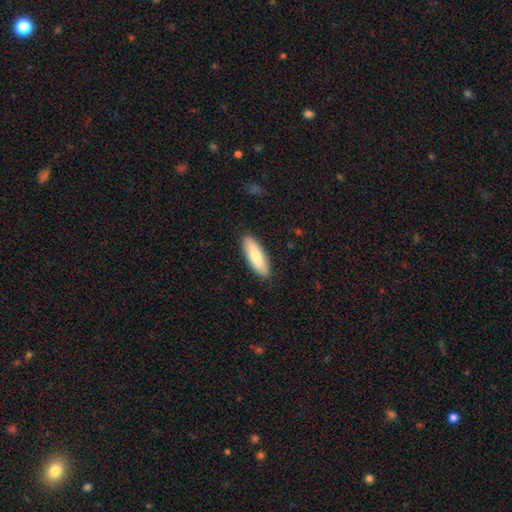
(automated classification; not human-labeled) This appears to be a smooth galaxy with no disk features (75%) that is in between round and cigar-shaped (55%). Merging: none (87%).